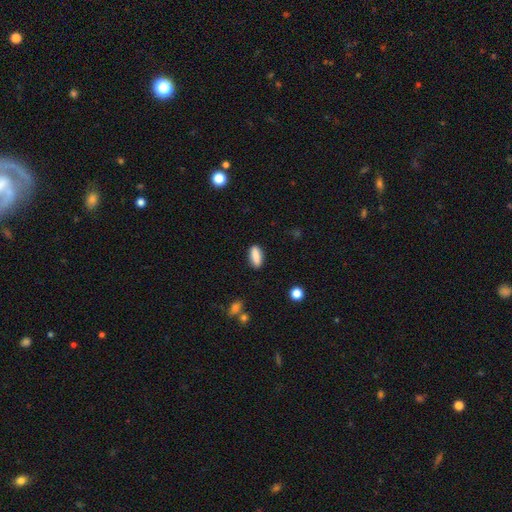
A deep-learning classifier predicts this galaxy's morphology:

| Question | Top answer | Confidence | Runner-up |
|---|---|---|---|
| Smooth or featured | smooth | 87% | star or artifact (7%) |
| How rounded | in between | 69% | cigar-shaped (28%) |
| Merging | none | 88% | minor disturbance (9%) |